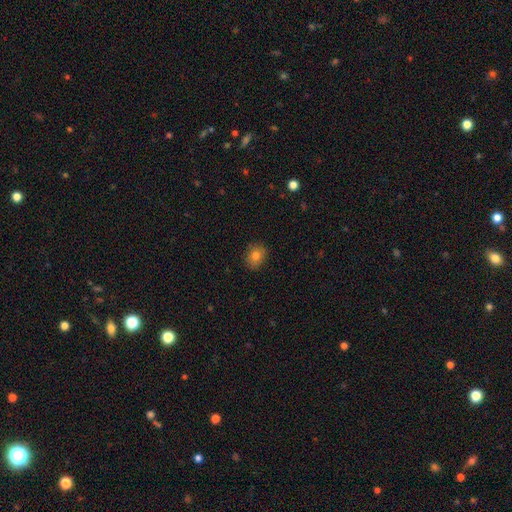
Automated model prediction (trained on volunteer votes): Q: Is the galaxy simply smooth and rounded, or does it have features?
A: smooth — 78%.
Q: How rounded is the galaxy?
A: round — 58%.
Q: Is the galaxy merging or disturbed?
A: none — 87%.